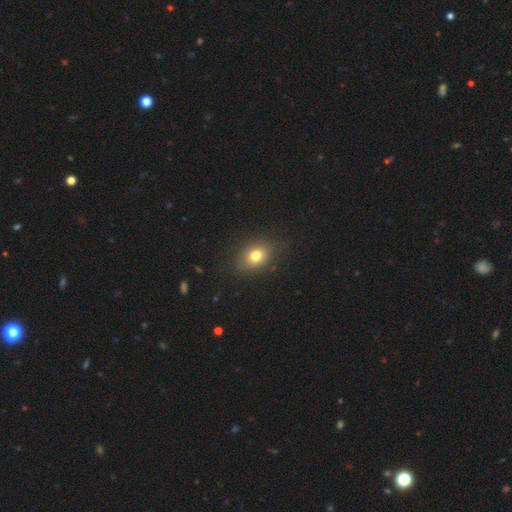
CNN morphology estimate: type=smooth (77%); roundness=in between (70%); merging=none (82%).